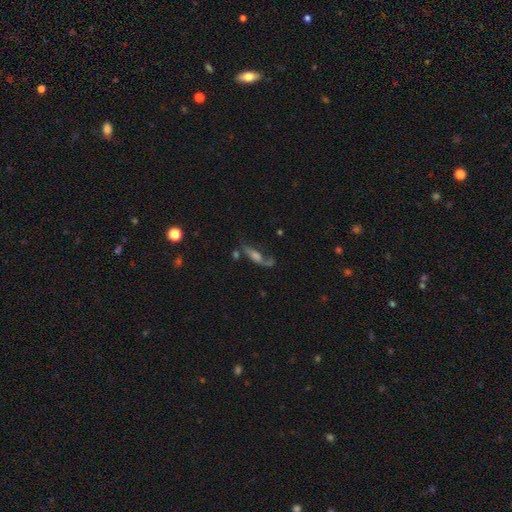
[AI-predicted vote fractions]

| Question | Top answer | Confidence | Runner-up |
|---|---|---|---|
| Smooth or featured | featured or disk | 57% | smooth (29%) |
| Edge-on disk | yes | 52% | no (48%) |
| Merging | none | 50% | minor disturbance (20%) |